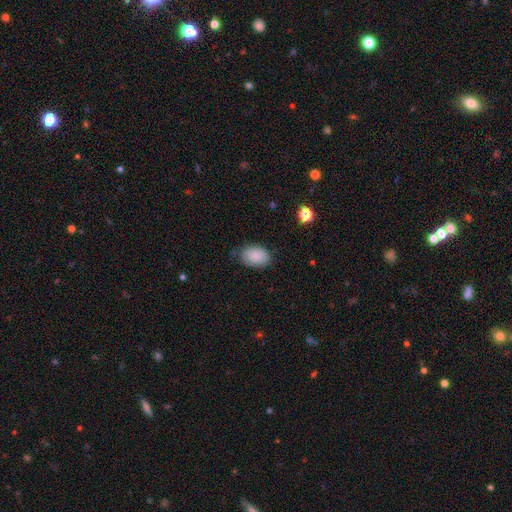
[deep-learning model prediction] smooth_or_featured: smooth (p=0.85) [alt: featured or disk p=0.08]
how_rounded: in between (p=0.86) [alt: round p=0.13]
merging: none (p=0.73) [alt: minor disturbance p=0.21]